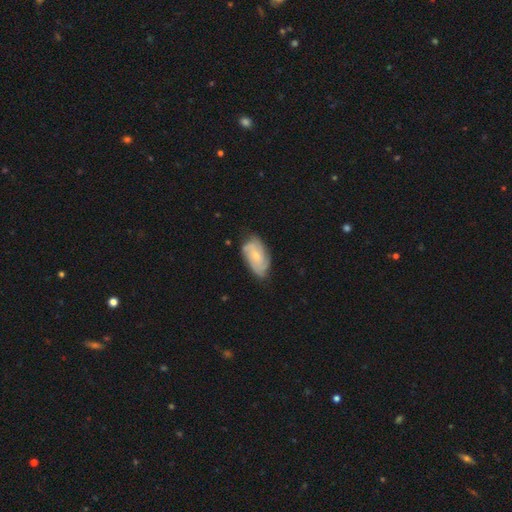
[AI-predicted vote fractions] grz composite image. It shows a featured or disk galaxy (60%) with no bar (71%), tight (49%) spiral arms (88%) and a small central bulge (60%). Merging: none (65%).